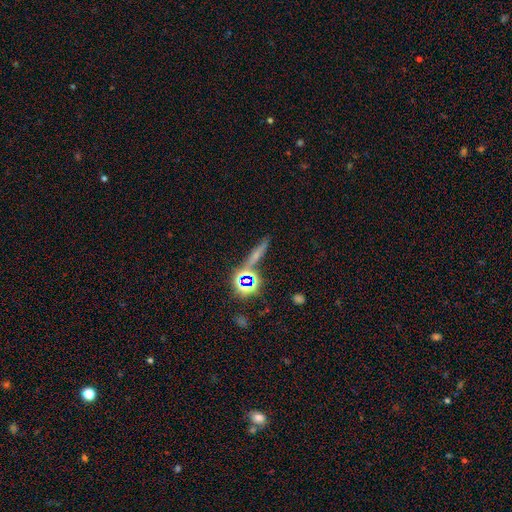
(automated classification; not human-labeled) Smooth or featured? star or artifact (37%)